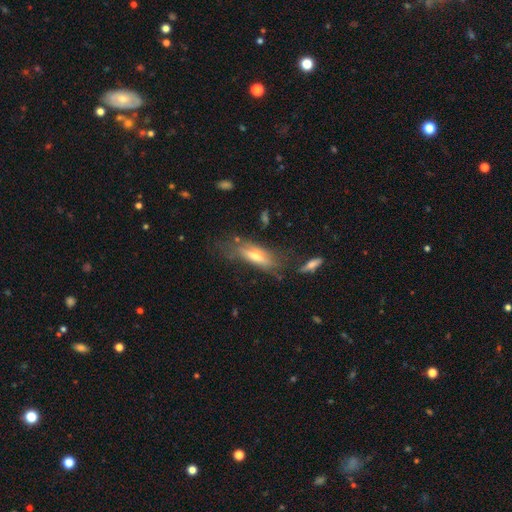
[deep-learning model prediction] smooth 46%, featured or disk 45%, star or artifact 9%. Down the decision tree: merging — none (51%).